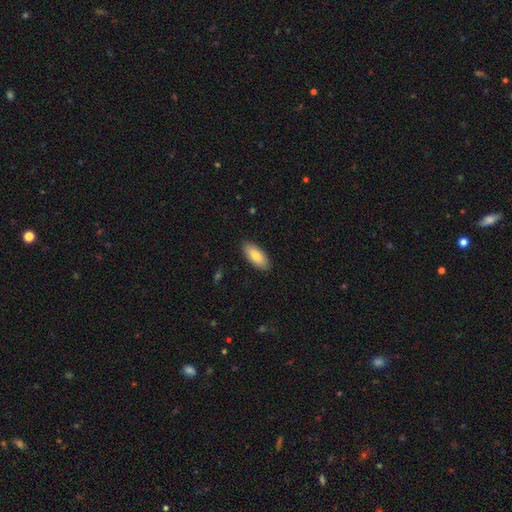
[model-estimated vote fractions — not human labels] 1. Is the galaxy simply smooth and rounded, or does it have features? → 79% smooth, 15% featured or disk, 6% star or artifact.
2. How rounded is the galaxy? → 87% in between, 11% cigar-shaped, 2% round.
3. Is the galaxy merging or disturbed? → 89% none, 8% minor disturbance, 2% major disturbance, 1% merger.